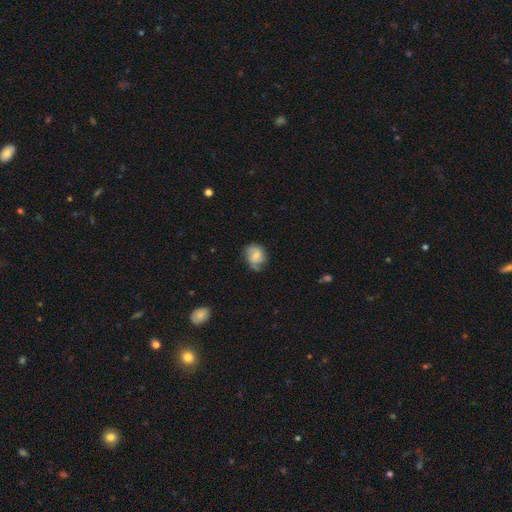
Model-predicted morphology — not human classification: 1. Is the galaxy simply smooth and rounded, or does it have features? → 52% smooth, 39% featured or disk, 8% star or artifact.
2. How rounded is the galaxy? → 54% round, 45% in between, 1% cigar-shaped.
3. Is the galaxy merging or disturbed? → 53% none, 32% minor disturbance, 13% major disturbance, 2% merger.